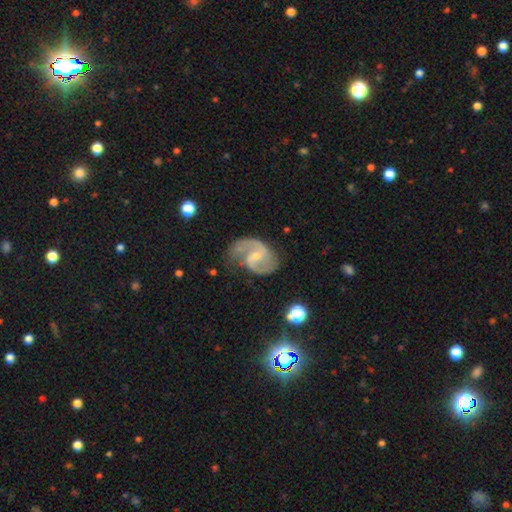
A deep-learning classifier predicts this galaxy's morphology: Smooth or featured: featured or disk — 88% (smooth — 7%)
Edge-on disk: no — 98% (yes — 2%)
Bar: weak — 50% (no — 33%)
Spiral arms: yes — 96% (no — 4%)
Spiral winding: medium — 53% (loose — 34%)
Spiral arm count: 2 — 88% (1 — 5%)
Bulge size: small — 63% (moderate — 33%)
Merging: none — 57% (minor disturbance — 24%)